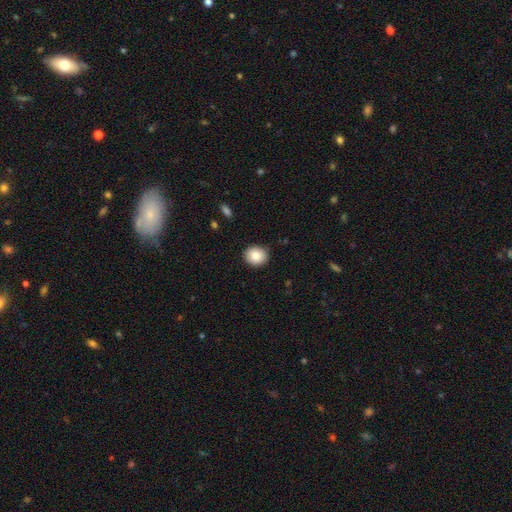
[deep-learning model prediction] smooth 87%, star or artifact 8%, featured or disk 5%. Down the decision tree: how rounded — round (77%); merging — none (88%).